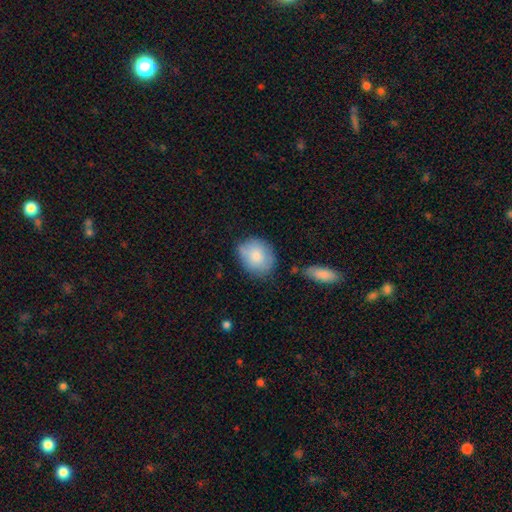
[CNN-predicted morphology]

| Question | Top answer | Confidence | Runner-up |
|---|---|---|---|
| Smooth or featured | smooth | 80% | featured or disk (14%) |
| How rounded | round | 53% | in between (45%) |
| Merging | none | 67% | minor disturbance (23%) |